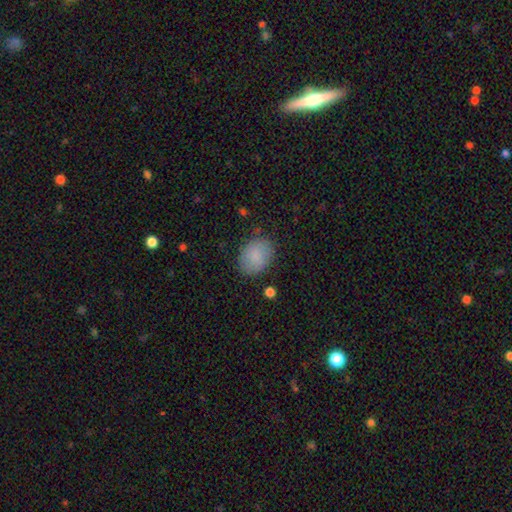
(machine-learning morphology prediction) smooth_or_featured: smooth (p=0.84) [alt: featured or disk p=0.09]
how_rounded: in between (p=0.63) [alt: round p=0.36]
merging: none (p=0.81) [alt: minor disturbance p=0.13]